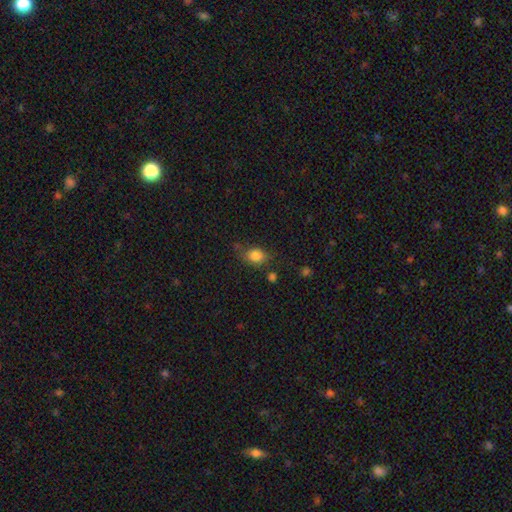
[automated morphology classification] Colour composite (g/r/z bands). It shows a smooth galaxy with no disk features (82%) that is in between round and cigar-shaped (58%). Merging: none (66%).